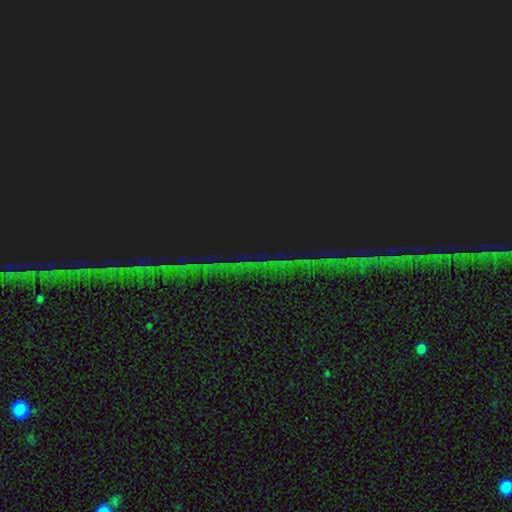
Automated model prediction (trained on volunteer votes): Q: Smooth or featured?
A: star or artifact (86%); runner-up: smooth (7%)